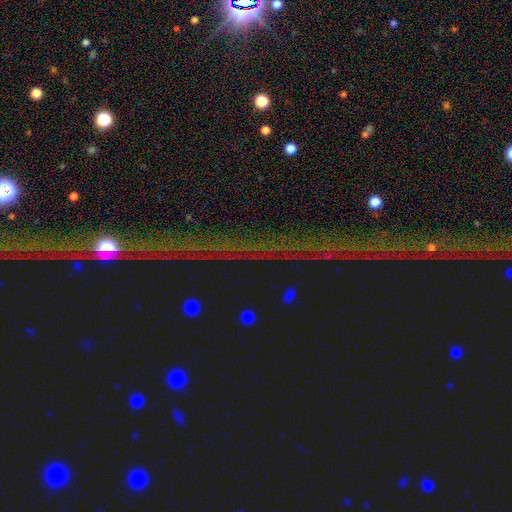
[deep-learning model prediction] A star or artifact, not a galaxy (83%).

Vote fractions:
- Smooth or featured? star or artifact: 83% / featured or disk: 9% / smooth: 7%